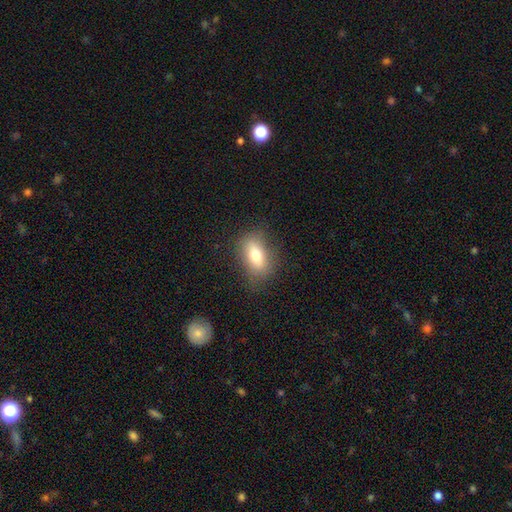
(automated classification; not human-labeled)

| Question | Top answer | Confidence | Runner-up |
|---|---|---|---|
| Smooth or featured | smooth | 71% | featured or disk (20%) |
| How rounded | in between | 80% | round (13%) |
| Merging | none | 78% | minor disturbance (15%) |